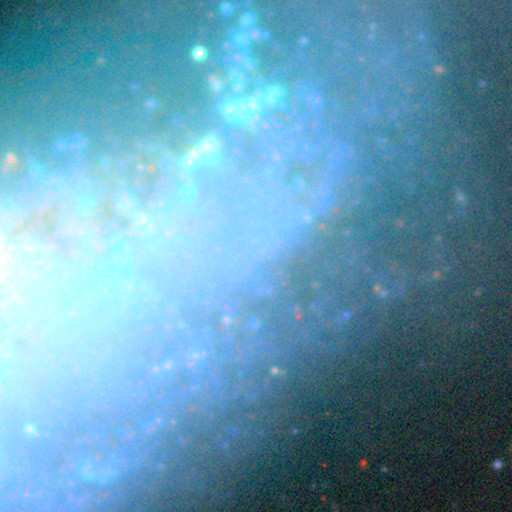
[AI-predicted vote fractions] Smooth or featured? Predicted: star or artifact (p=0.45).